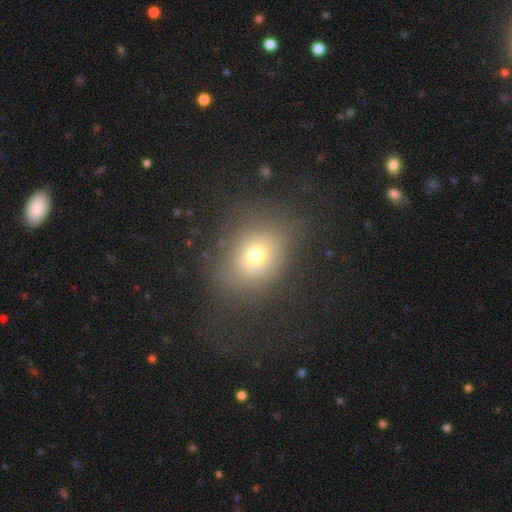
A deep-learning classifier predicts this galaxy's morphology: Smooth or featured? Predicted: smooth (p=0.67). How rounded? Predicted: round (p=0.56). Merging? Predicted: none (p=0.63).